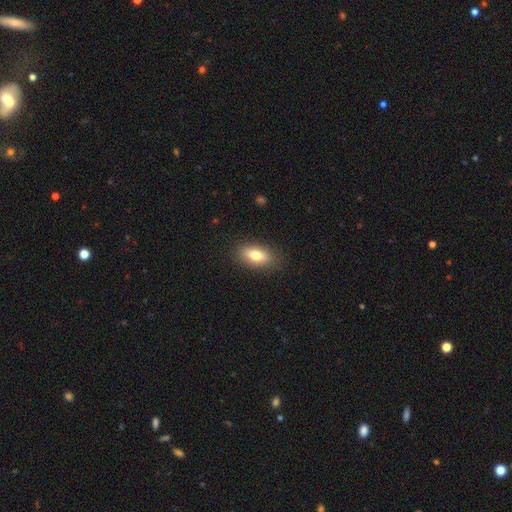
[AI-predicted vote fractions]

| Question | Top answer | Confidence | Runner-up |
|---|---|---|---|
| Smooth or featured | smooth | 74% | featured or disk (18%) |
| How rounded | in between | 83% | cigar-shaped (10%) |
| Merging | none | 86% | minor disturbance (10%) |